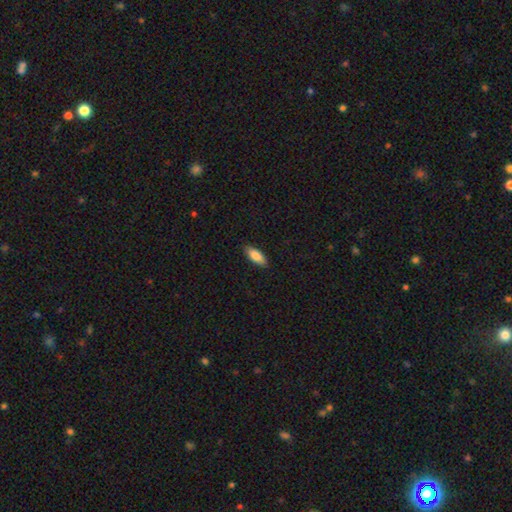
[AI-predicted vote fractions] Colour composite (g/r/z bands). It shows a smooth galaxy with no disk features (85%) that is in between round and cigar-shaped (80%). Merging: none (88%).